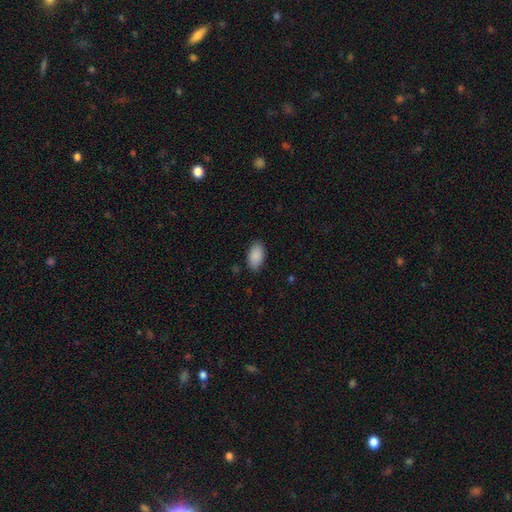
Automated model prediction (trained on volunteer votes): smooth_or_featured: smooth (p=0.90) [alt: star or artifact p=0.07]
how_rounded: in between (p=0.94) [alt: round p=0.04]
merging: none (p=0.84) [alt: minor disturbance p=0.13]